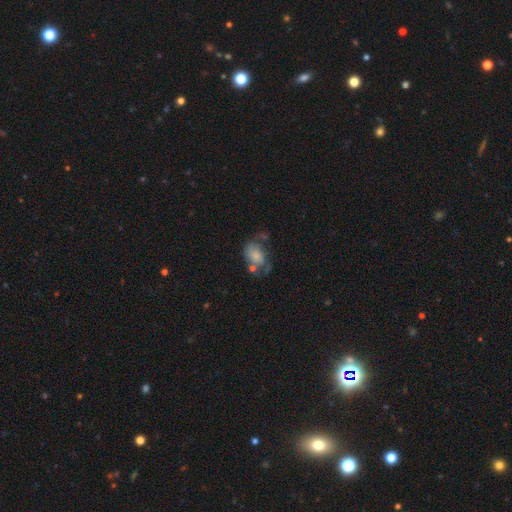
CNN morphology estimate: A smooth galaxy with no disk features (59%) that is in between round and cigar-shaped (79%). Merging: none (31%).